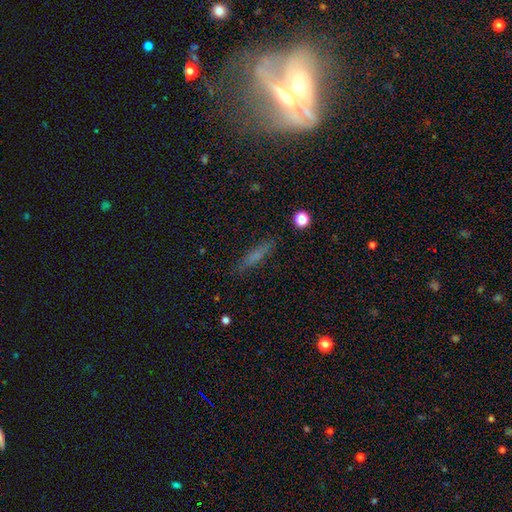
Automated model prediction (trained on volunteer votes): smooth-or-featured: smooth: 64% | featured or disk: 23% | star or artifact: 13%
  how-rounded: cigar-shaped: 84% | in between: 14% | round: 3%
  merging: none: 84% | minor disturbance: 11% | major disturbance: 3% | merger: 2%